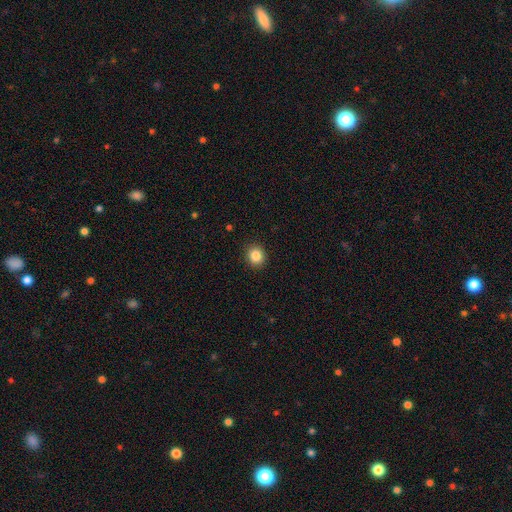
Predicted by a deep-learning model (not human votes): Morphology: type=smooth (86%); roundness=round (82%); merging=none (91%).